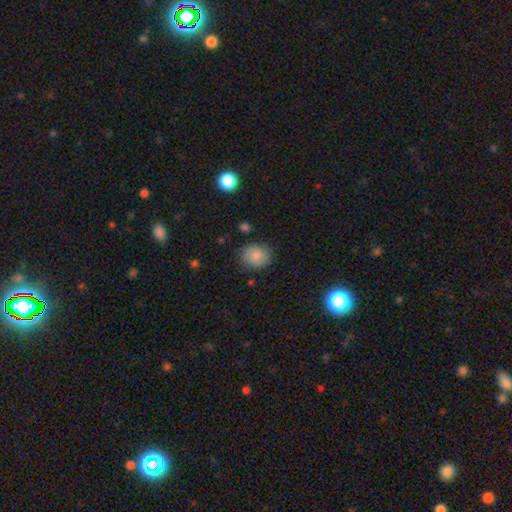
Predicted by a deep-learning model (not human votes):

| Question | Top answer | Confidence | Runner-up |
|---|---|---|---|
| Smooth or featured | smooth | 79% | featured or disk (12%) |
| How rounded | round | 65% | in between (34%) |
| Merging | none | 79% | minor disturbance (15%) |